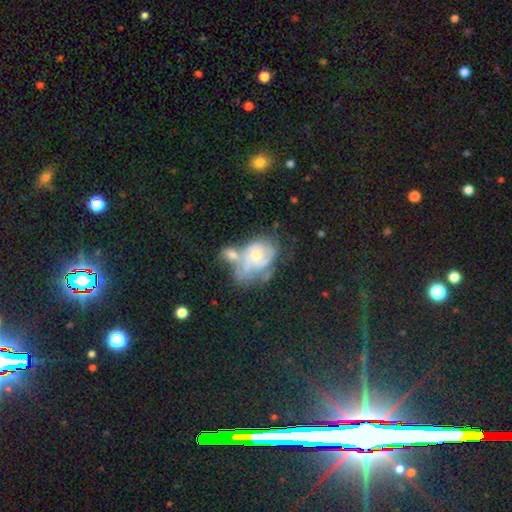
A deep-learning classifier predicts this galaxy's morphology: smooth_or_featured: featured or disk (p=0.66) [alt: smooth p=0.26]
disk_edge_on: no (p=0.97) [alt: yes p=0.03]
bar: no (p=0.79) [alt: weak p=0.18]
has_spiral_arms: yes (p=0.67) [alt: no p=0.33]
bulge_size: moderate (p=0.59) [alt: small p=0.34]
merging: merger (p=0.44) [alt: major disturbance p=0.19]